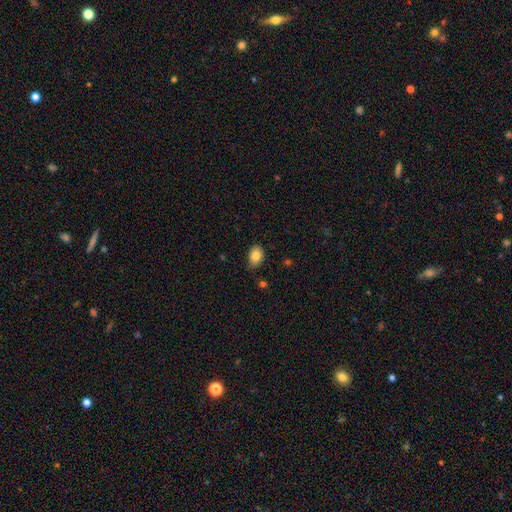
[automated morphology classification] type=smooth (82%); roundness=in between (80%); merging=none (73%).